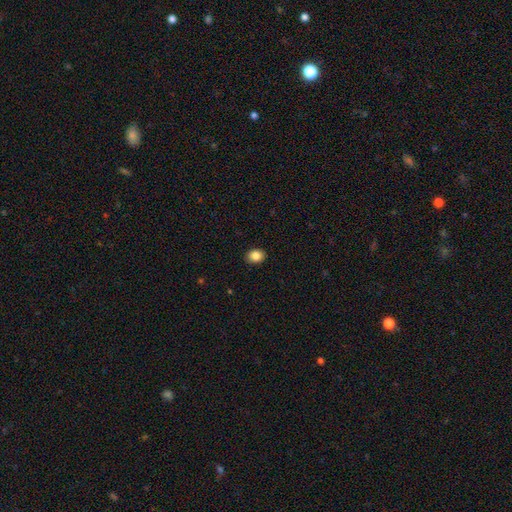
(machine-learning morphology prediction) This appears to be a smooth galaxy with no disk features (86%) that is in between round and cigar-shaped (57%). Merging: none (90%).